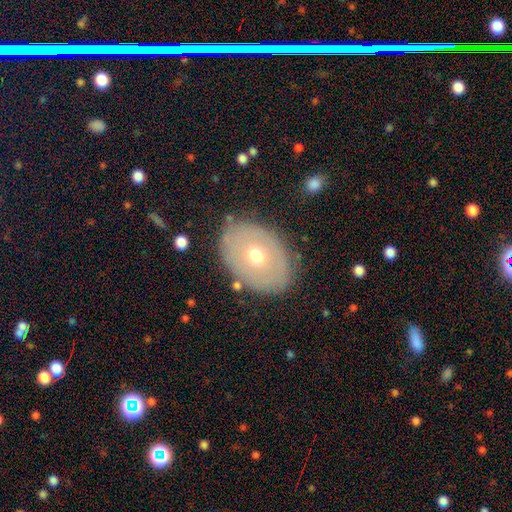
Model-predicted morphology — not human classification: A smooth galaxy with no disk features (49%).

Vote fractions:
- Smooth or featured? smooth: 49% / featured or disk: 43% / star or artifact: 8%
- Merging? none: 83% / minor disturbance: 12% / major disturbance: 4% / merger: 2%